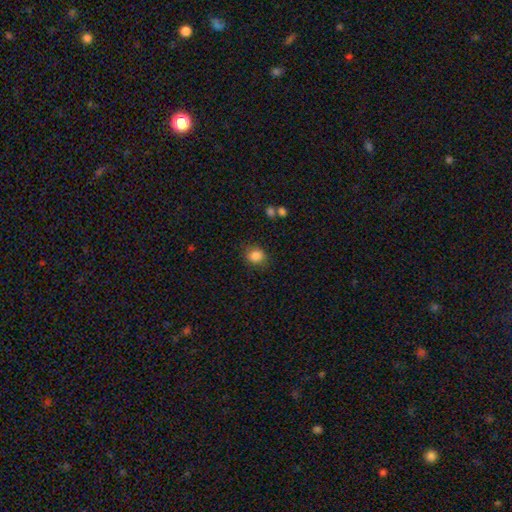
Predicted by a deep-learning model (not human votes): Smooth or featured? smooth (85%)
How rounded? round (74%)
Merging? none (81%)